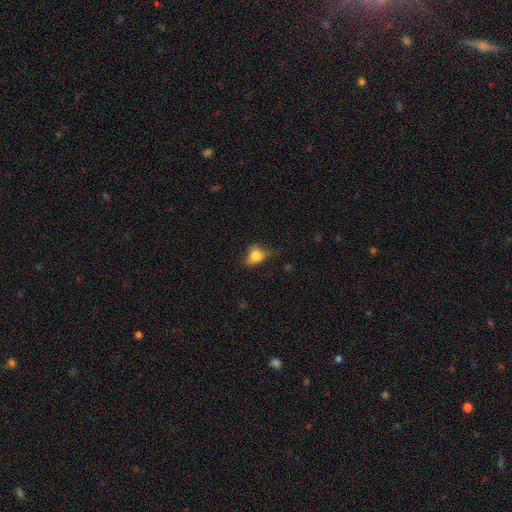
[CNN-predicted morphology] This appears to be a smooth galaxy with no disk features (78%) that is in between round and cigar-shaped (61%). Merging: none (46%).